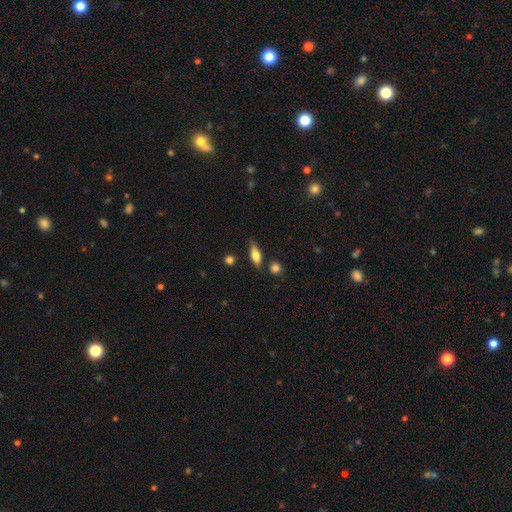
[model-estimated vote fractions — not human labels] This is likely a smooth galaxy (62%). How rounded: likely in between (63%). Merging: likely none (76%).